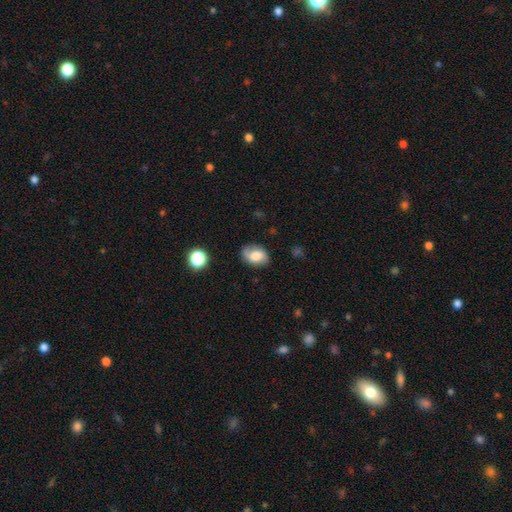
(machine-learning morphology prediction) Overall: smooth (55%; featured or disk 36%). How rounded: in between (75%). Merging: none (73%).